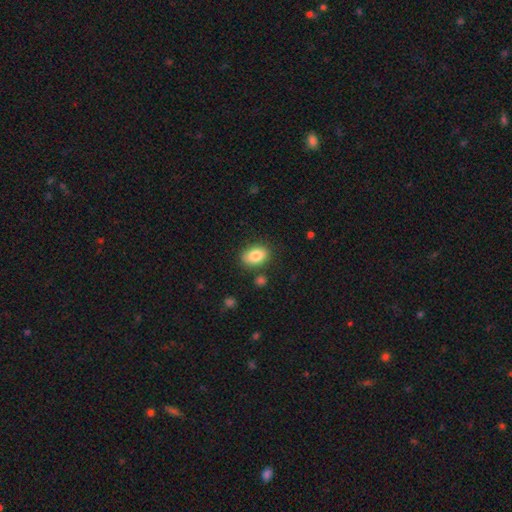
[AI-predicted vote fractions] Smooth or featured? smooth (86%)
How rounded? in between (87%)
Merging? none (81%)